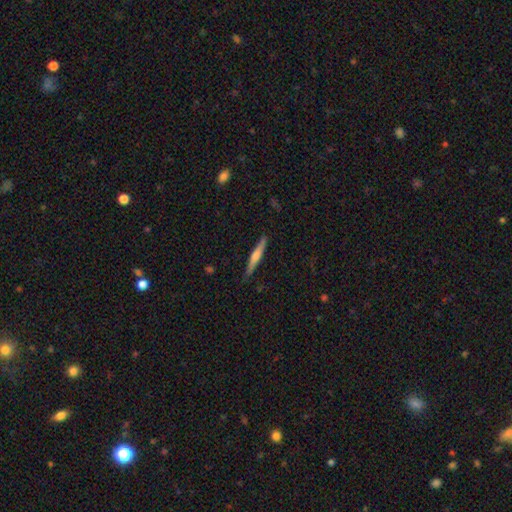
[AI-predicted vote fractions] Q: Smooth or featured?
A: featured or disk (59%); runner-up: smooth (35%)
Q: Edge-on disk?
A: yes (97%); runner-up: no (3%)
Q: Edge-on bulge?
A: rounded (74%); runner-up: none (15%)
Q: Merging?
A: none (89%); runner-up: minor disturbance (8%)